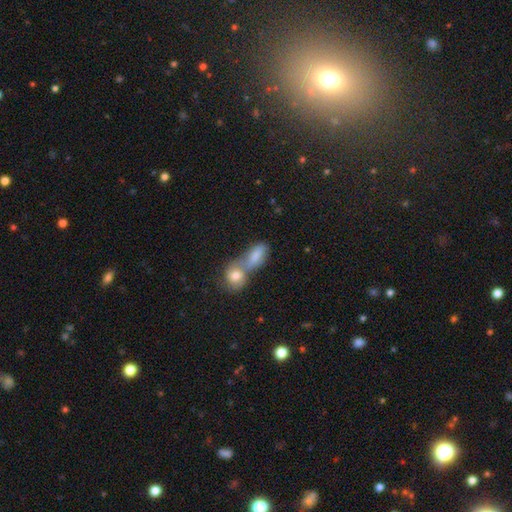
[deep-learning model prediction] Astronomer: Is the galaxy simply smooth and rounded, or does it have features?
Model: smooth — 81%.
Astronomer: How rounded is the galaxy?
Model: in between — 80%.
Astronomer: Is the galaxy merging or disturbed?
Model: merger — 68%.